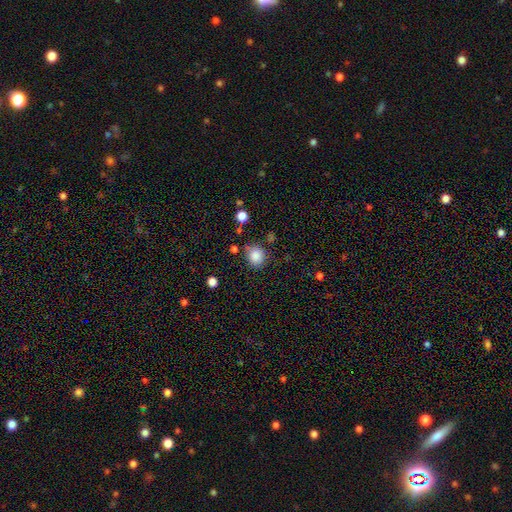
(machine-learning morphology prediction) smooth 86%, star or artifact 10%, featured or disk 5%. Down the decision tree: how rounded — round (79%); merging — none (77%).